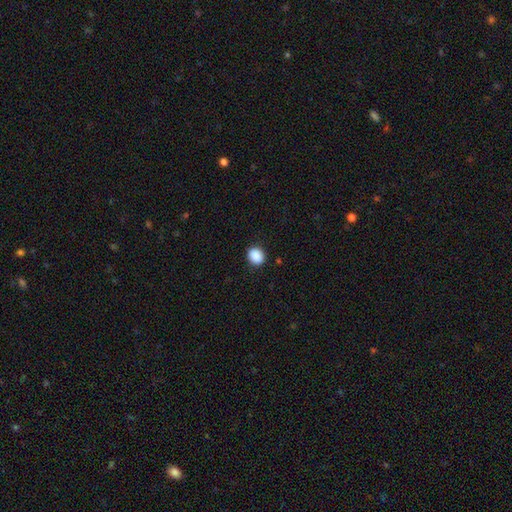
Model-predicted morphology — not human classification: The model was most divided on "how rounded": round: 59%, in between: 40%, cigar-shaped: 1%. More confident: smooth or featured — smooth (90%); merging — none (89%).